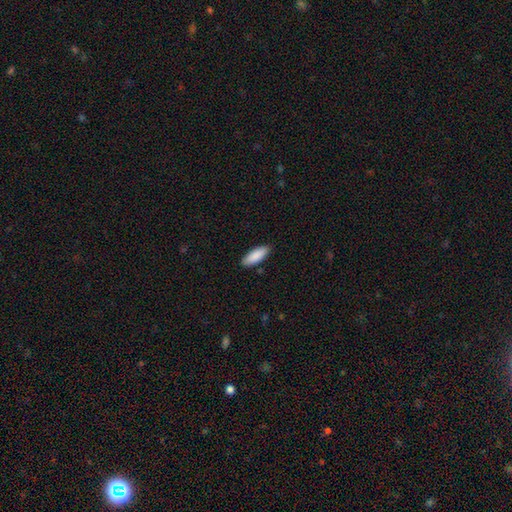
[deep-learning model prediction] Morphology: type=smooth (89%); roundness=in between (69%); merging=none (88%).